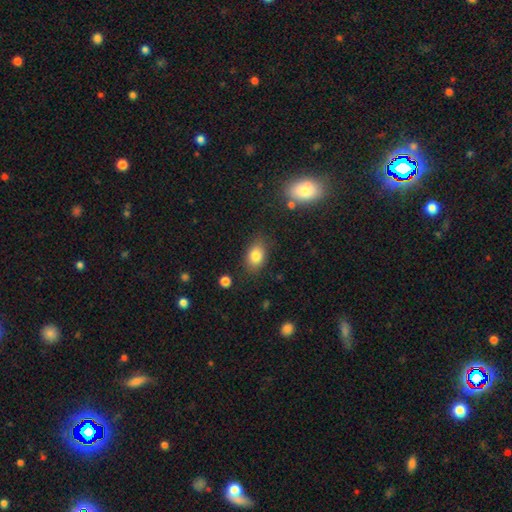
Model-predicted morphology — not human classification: A smooth galaxy with no disk features (82%) that is in between round and cigar-shaped (74%). Merging: none (80%).